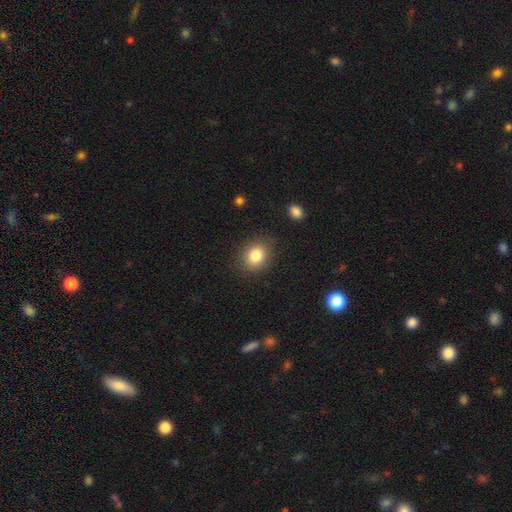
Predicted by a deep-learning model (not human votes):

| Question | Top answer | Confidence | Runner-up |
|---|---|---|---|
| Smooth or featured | smooth | 83% | star or artifact (10%) |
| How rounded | round | 59% | in between (40%) |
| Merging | none | 85% | minor disturbance (11%) |